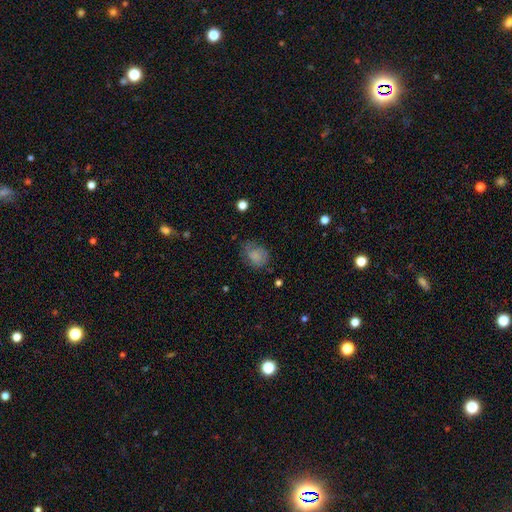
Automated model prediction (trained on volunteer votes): A smooth galaxy with no disk features (74%) that is in between round and cigar-shaped (55%).

Vote fractions:
- Smooth or featured? smooth: 74% / featured or disk: 15% / star or artifact: 11%
- How rounded? in between: 55% / round: 44% / cigar-shaped: 1%
- Merging? none: 53% / minor disturbance: 30% / major disturbance: 15% / merger: 2%